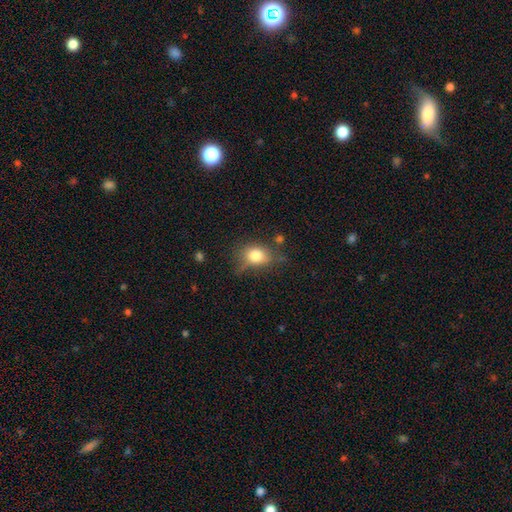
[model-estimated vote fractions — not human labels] smooth-or-featured: smooth: 78% | featured or disk: 12% | star or artifact: 10%
  how-rounded: in between: 56% | round: 42% | cigar-shaped: 2%
  merging: none: 58% | minor disturbance: 28% | major disturbance: 10% | merger: 4%